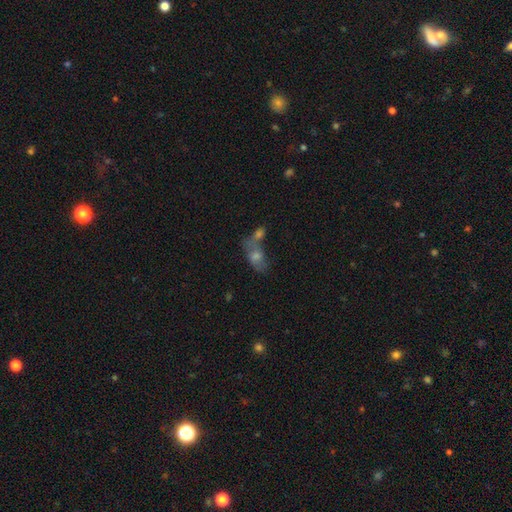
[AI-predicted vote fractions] smooth 49%, featured or disk 31%, star or artifact 20%. Down the decision tree: merging — merger (47%).